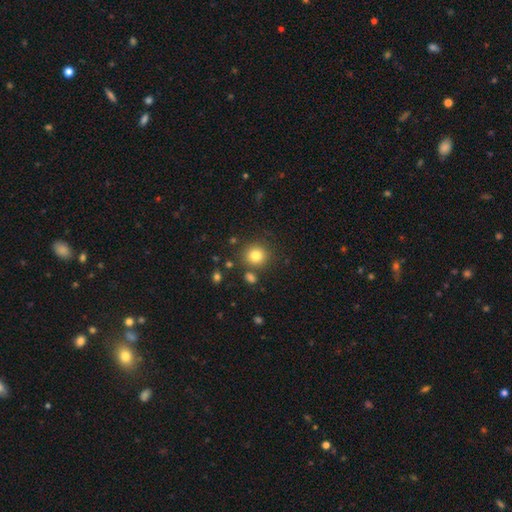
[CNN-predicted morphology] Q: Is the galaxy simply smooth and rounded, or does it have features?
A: smooth — 81%.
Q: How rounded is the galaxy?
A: round — 88%.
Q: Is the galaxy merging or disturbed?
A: none — 82%.